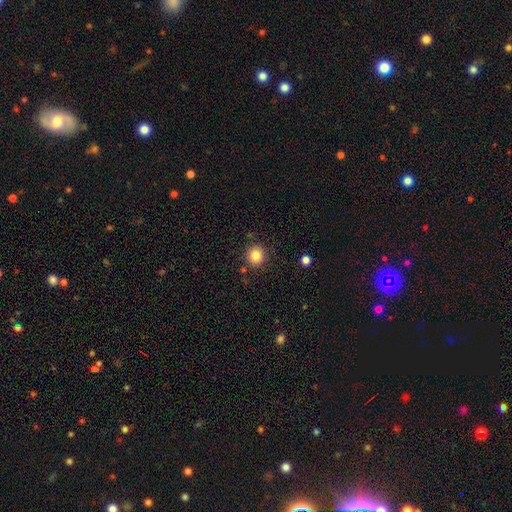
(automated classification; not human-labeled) A smooth galaxy with no disk features (83%) that is round (88%). Merging: none (87%).